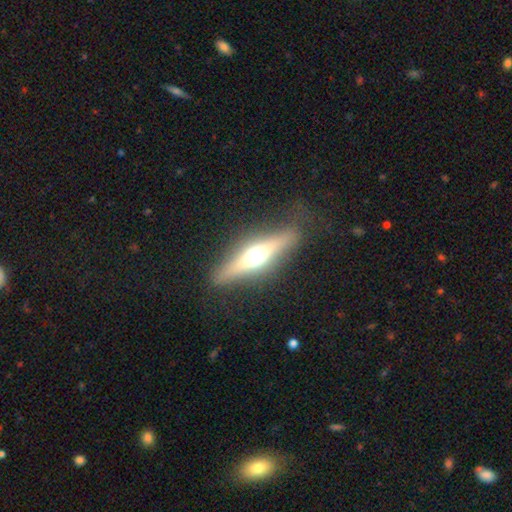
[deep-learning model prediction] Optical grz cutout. It shows a featured or disk galaxy (60%) viewed edge-on (89%) with a rounded central bulge (95%). Merging: none (85%).